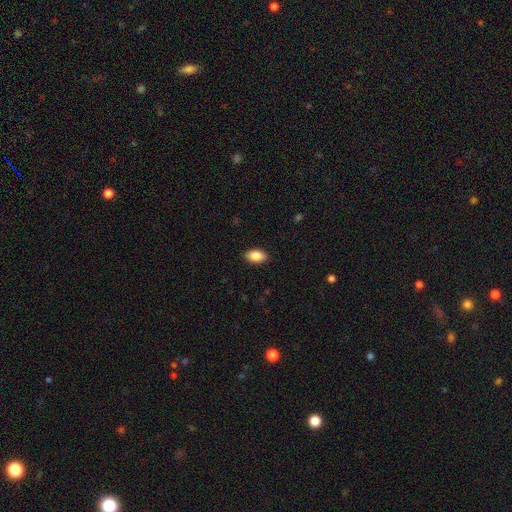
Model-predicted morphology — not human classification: This is clearly a smooth galaxy (87%). How rounded: clearly in between (93%). Merging: clearly none (89%).